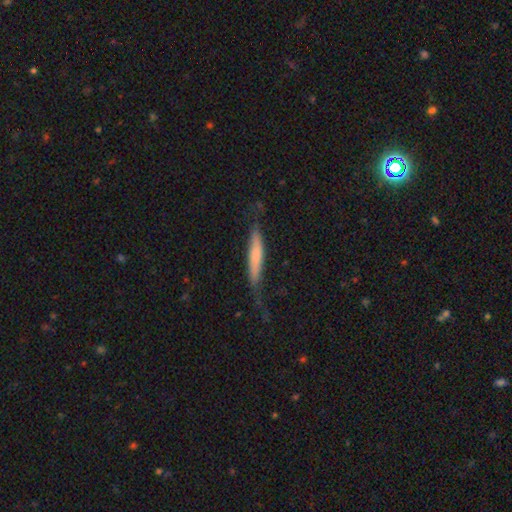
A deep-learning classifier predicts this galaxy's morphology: Q: Smooth or featured?
A: smooth (62%); runner-up: featured or disk (32%)
Q: How rounded?
A: cigar-shaped (91%); runner-up: in between (7%)
Q: Merging?
A: none (58%); runner-up: minor disturbance (28%)